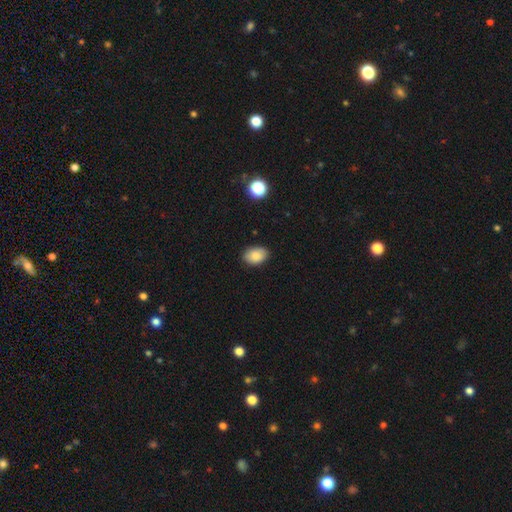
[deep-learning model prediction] Smooth or featured?
  - smooth: 86% *
  - star or artifact: 8%
  - featured or disk: 6%
How rounded?
  - in between: 85% *
  - round: 14%
  - cigar-shaped: 1%
Merging?
  - none: 86% *
  - minor disturbance: 11%
  - major disturbance: 2%
  - merger: 1%